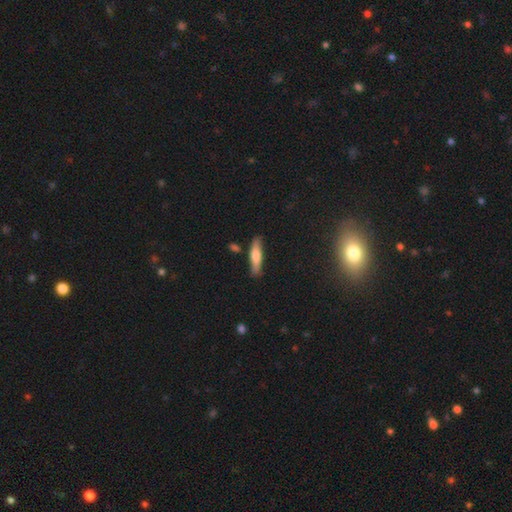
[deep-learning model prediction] A smooth galaxy with no disk features (66%) that is cigar-shaped (77%). Merging: none (80%).